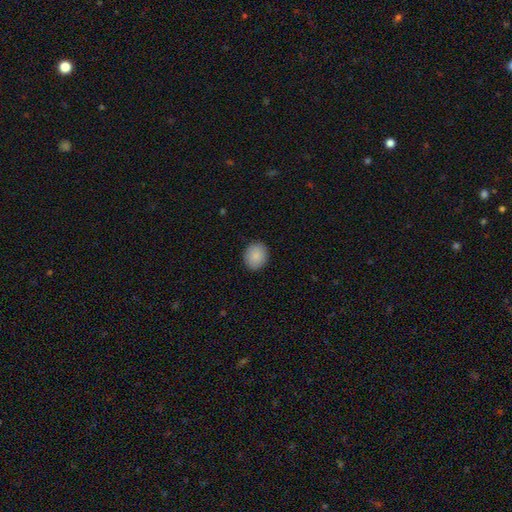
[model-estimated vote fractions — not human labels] Q: Smooth or featured?
A: smooth (88%); runner-up: star or artifact (7%)
Q: How rounded?
A: round (65%); runner-up: in between (34%)
Q: Merging?
A: none (90%); runner-up: minor disturbance (7%)